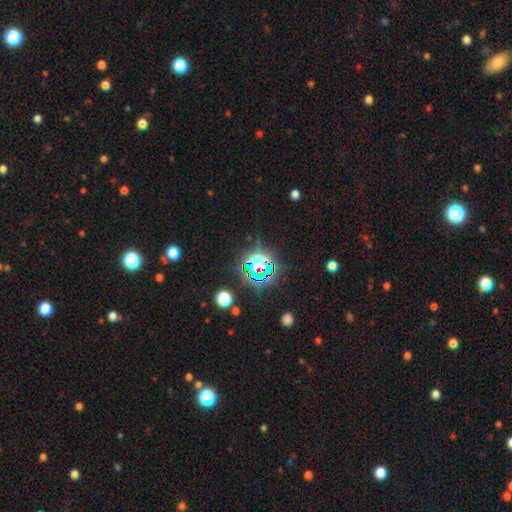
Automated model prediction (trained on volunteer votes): This is likely a star or artifact rather than a galaxy (78%).